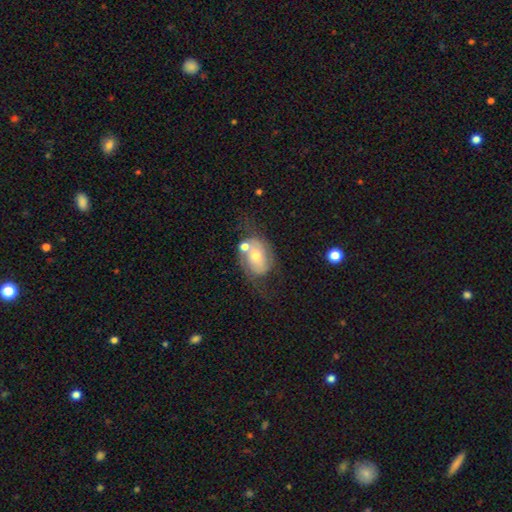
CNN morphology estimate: featured or disk 50%, smooth 41%, star or artifact 9%. Down the decision tree: edge-on disk — no (95%); merging — none (37%).